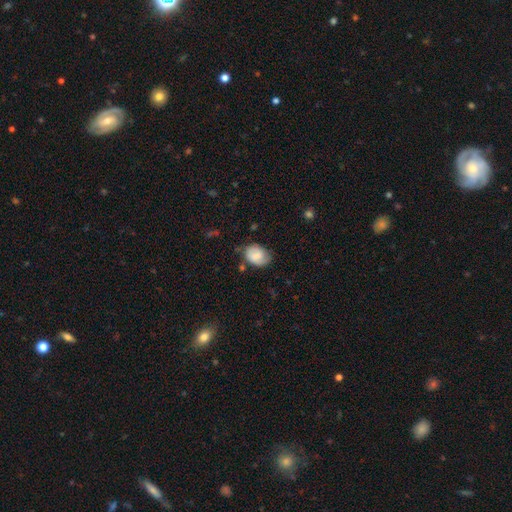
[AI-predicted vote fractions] A smooth galaxy with no disk features (64%) that is in between round and cigar-shaped (66%). Merging: none (61%).